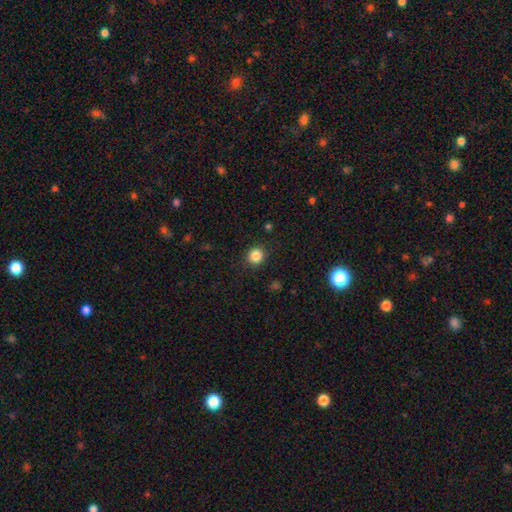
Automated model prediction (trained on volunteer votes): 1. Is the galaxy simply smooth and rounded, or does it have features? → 85% smooth, 11% star or artifact, 4% featured or disk.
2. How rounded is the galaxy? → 90% round, 9% in between, 1% cigar-shaped.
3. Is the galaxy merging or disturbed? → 90% none, 7% minor disturbance, 2% major disturbance, 1% merger.